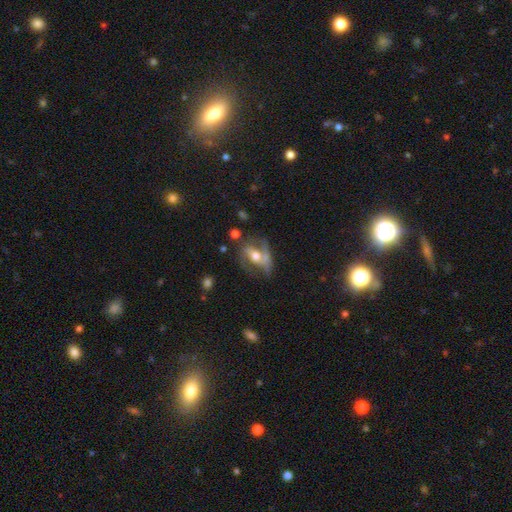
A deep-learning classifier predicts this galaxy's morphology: This appears to be a featured or disk galaxy (70%) with no bar (38%), spiral arms (70%) and a moderate central bulge (69%). Merging: none (44%).